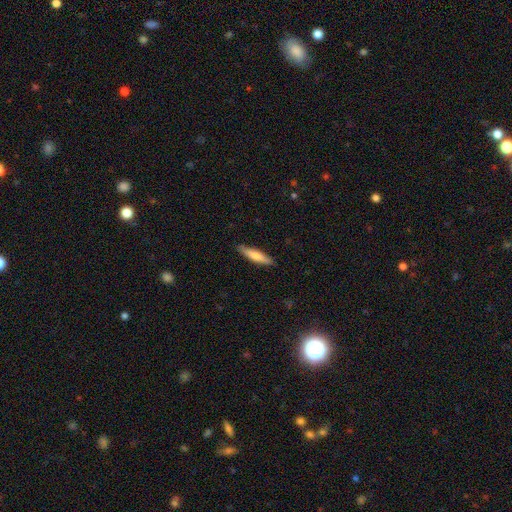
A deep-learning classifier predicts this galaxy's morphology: Smooth or featured? smooth (69%)
How rounded? cigar-shaped (81%)
Merging? none (88%)